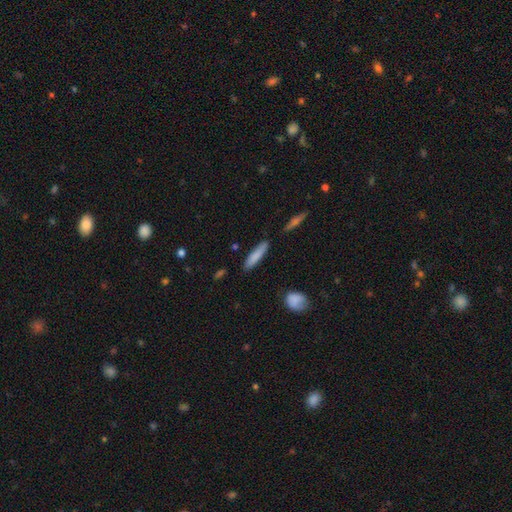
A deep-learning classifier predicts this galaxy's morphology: This appears to be a smooth galaxy with no disk features (82%) that is cigar-shaped (83%). Merging: none (85%).